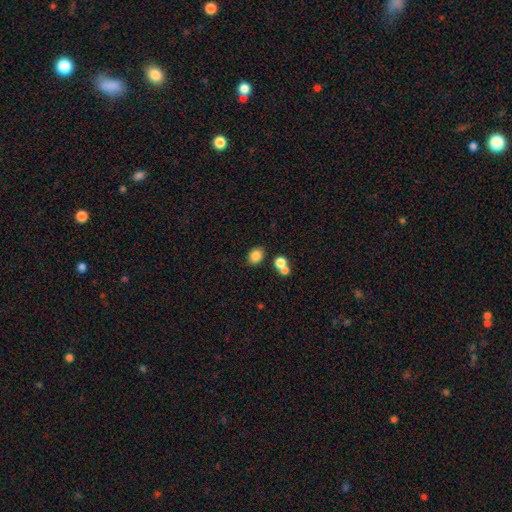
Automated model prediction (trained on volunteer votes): A smooth galaxy with no disk features (84%) that is in between round and cigar-shaped (57%). Merging: none (74%).